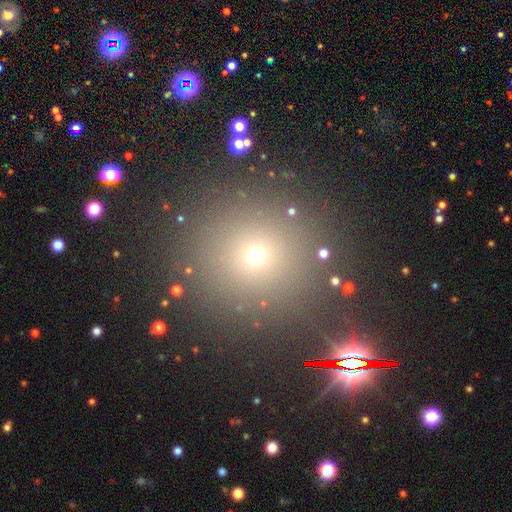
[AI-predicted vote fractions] This is likely a smooth galaxy (63%). How rounded: clearly round (89%). Merging: clearly none (82%).